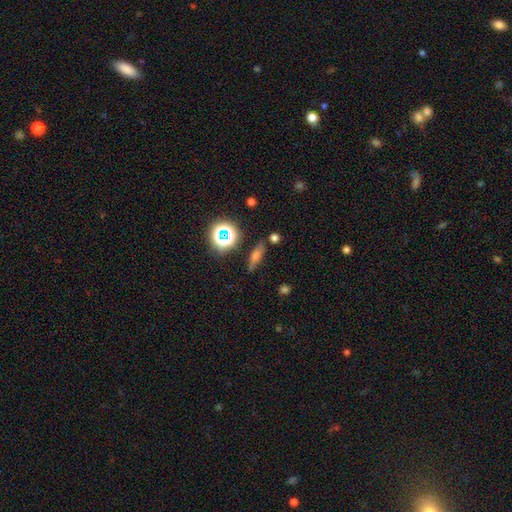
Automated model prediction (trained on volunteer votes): Smooth or featured?
  - smooth: 45% *
  - featured or disk: 32%
  - star or artifact: 24%
Merging?
  - none: 81% *
  - minor disturbance: 11%
  - merger: 4%
  - major disturbance: 3%